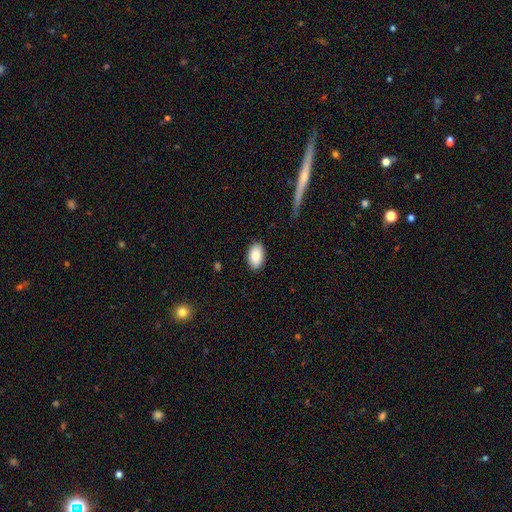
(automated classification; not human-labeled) A smooth galaxy with no disk features (87%) that is in between round and cigar-shaped (93%). Merging: none (87%).